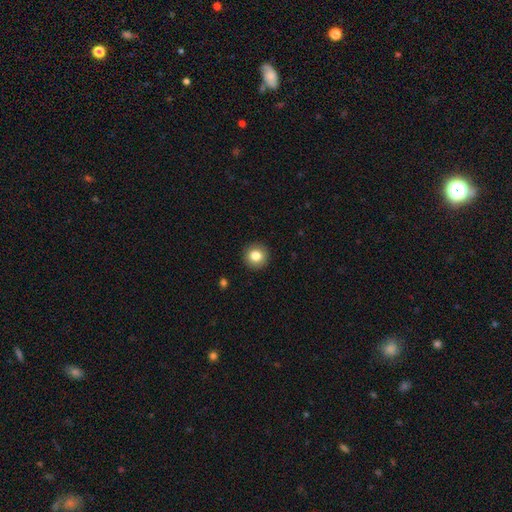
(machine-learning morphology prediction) Q: Smooth or featured?
A: smooth (82%); runner-up: star or artifact (10%)
Q: How rounded?
A: round (94%); runner-up: in between (5%)
Q: Merging?
A: none (93%); runner-up: minor disturbance (5%)